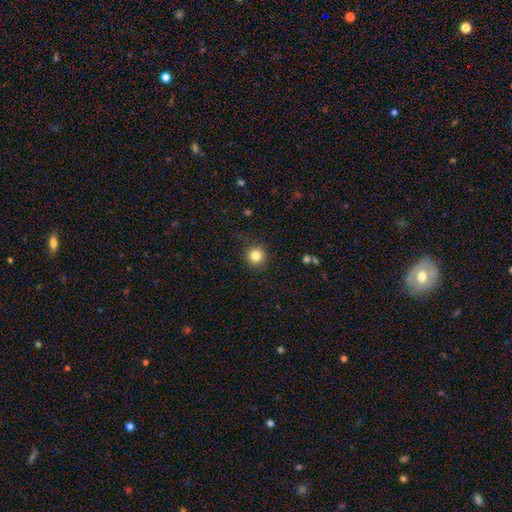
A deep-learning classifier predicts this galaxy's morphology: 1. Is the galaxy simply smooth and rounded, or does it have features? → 82% smooth, 12% star or artifact, 6% featured or disk.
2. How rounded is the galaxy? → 94% round, 5% in between, 1% cigar-shaped.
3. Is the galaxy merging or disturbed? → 89% none, 7% minor disturbance, 2% major disturbance, 1% merger.